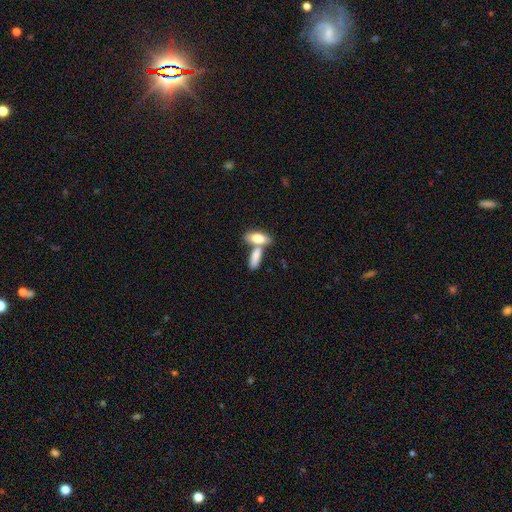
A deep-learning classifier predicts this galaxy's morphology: This appears to be a smooth galaxy with no disk features (80%) that is in between round and cigar-shaped (75%). Merging: merger (51%).